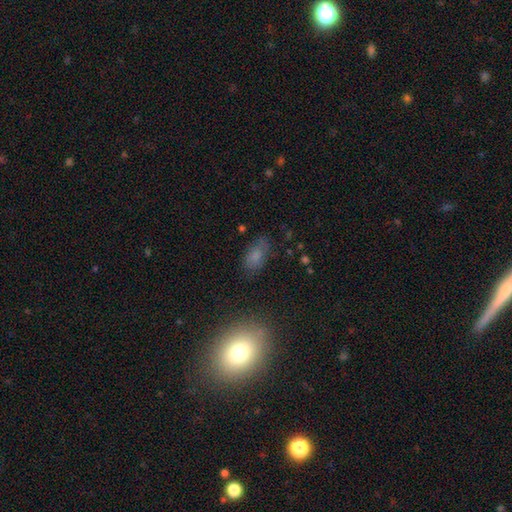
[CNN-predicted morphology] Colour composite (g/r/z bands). It shows a smooth galaxy with no disk features (72%) that is in between round and cigar-shaped (89%). Merging: none (74%).